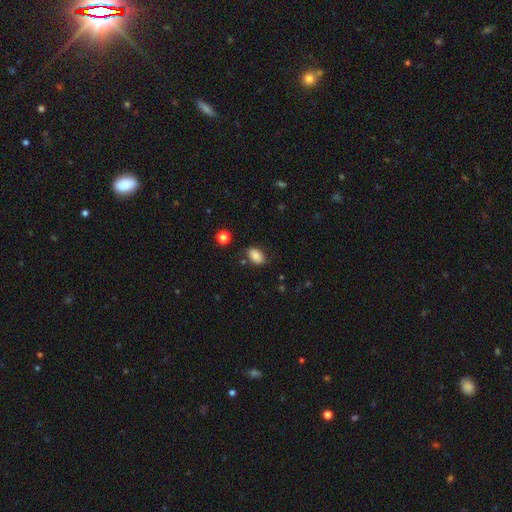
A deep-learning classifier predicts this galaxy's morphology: Smooth or featured? smooth (85%)
How rounded? in between (89%)
Merging? none (78%)